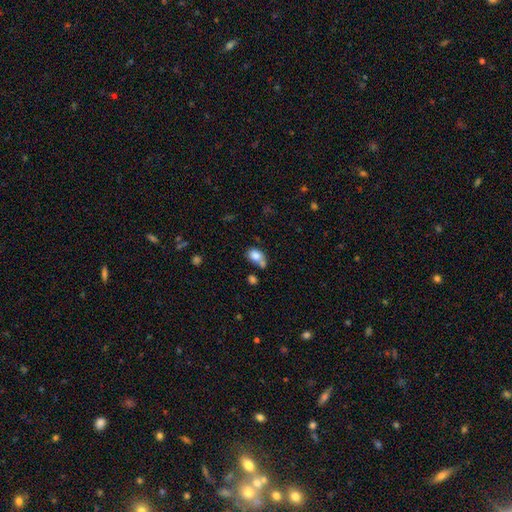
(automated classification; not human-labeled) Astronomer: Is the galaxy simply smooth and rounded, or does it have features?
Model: smooth — 81%.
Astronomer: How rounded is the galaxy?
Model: in between — 70%.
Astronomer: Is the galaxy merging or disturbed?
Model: none — 39% (runner-up: merger, 34%).